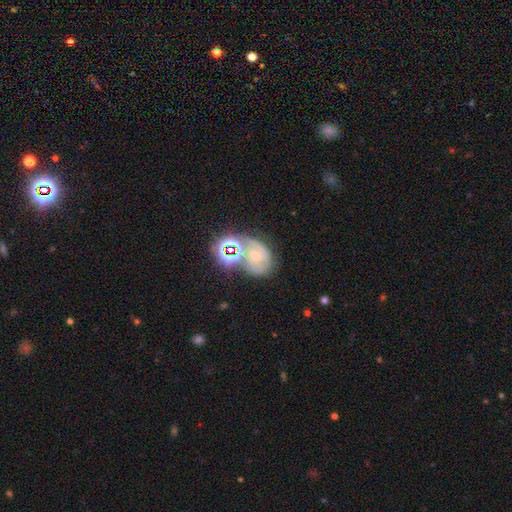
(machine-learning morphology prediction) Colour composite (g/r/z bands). It shows a featured or disk galaxy (52%) with no bar (61%), spiral arms (79%) and a small central bulge (63%). Merging: none (45%).